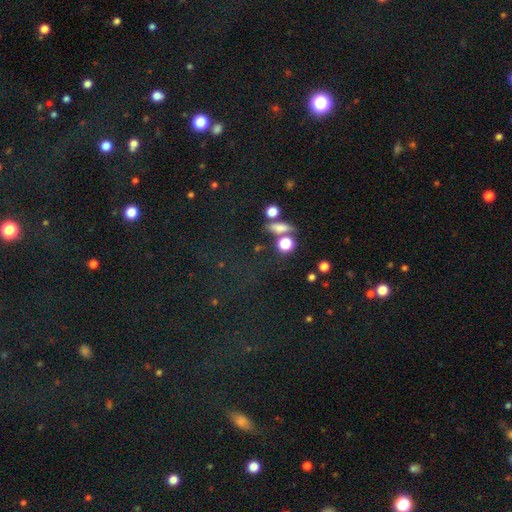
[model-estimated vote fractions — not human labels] Smooth or featured?
  - star or artifact: 70% *
  - smooth: 21%
  - featured or disk: 9%